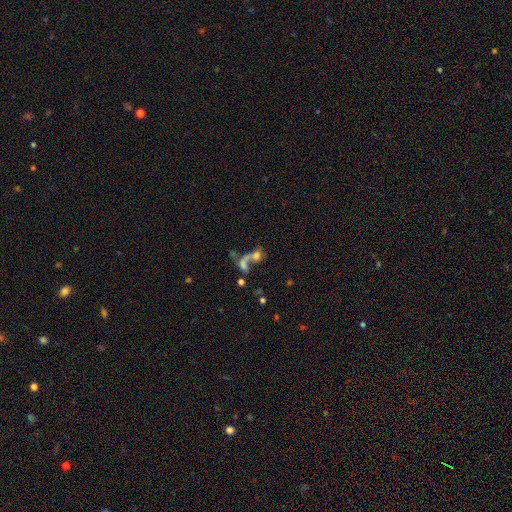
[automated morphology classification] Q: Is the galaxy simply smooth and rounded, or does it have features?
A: smooth — 49%.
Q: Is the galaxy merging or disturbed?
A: merger — 59%.